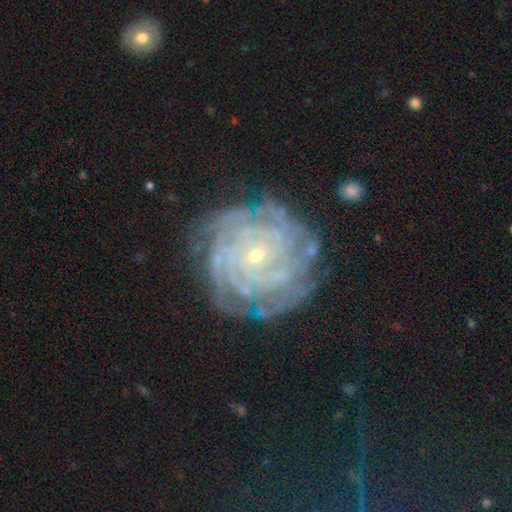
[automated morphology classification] Q: Smooth or featured?
A: featured or disk (88%); runner-up: star or artifact (6%)
Q: Edge-on disk?
A: no (97%); runner-up: yes (3%)
Q: Bar?
A: no (73%); runner-up: weak (20%)
Q: Spiral arms?
A: yes (97%); runner-up: no (3%)
Q: Spiral winding?
A: tight (84%); runner-up: medium (13%)
Q: Spiral arm count?
A: can't tell (26%); runner-up: more than 4 (23%)
Q: Bulge size?
A: small (82%); runner-up: moderate (14%)
Q: Merging?
A: none (77%); runner-up: minor disturbance (15%)